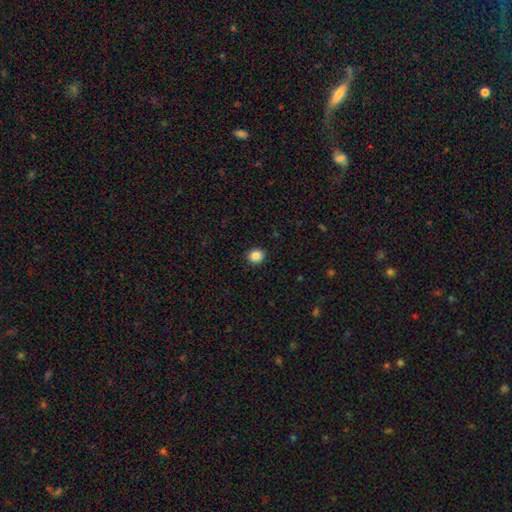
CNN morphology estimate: Smooth or featured?
  - smooth: 86% *
  - star or artifact: 10%
  - featured or disk: 4%
How rounded?
  - round: 87% *
  - in between: 12%
  - cigar-shaped: 1%
Merging?
  - none: 92% *
  - minor disturbance: 5%
  - major disturbance: 2%
  - merger: 1%